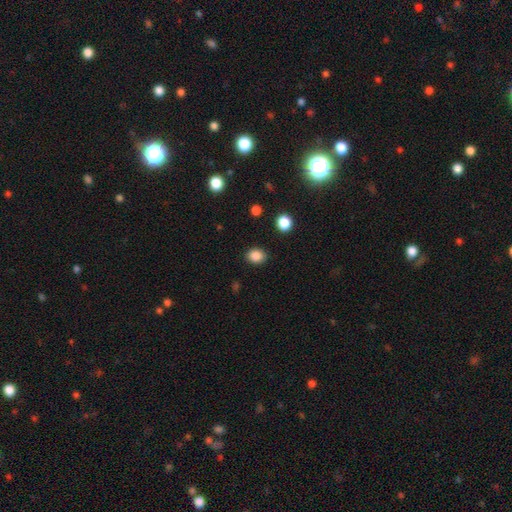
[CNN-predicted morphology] type=smooth (86%); roundness=in between (53%); merging=none (88%).